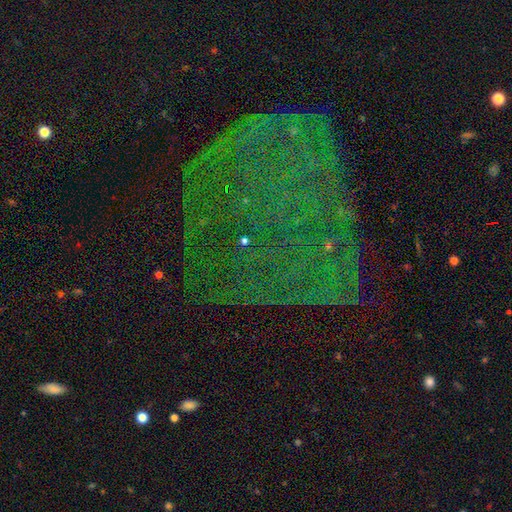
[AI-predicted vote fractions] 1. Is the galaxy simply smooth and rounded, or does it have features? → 70% star or artifact, 18% featured or disk, 13% smooth.